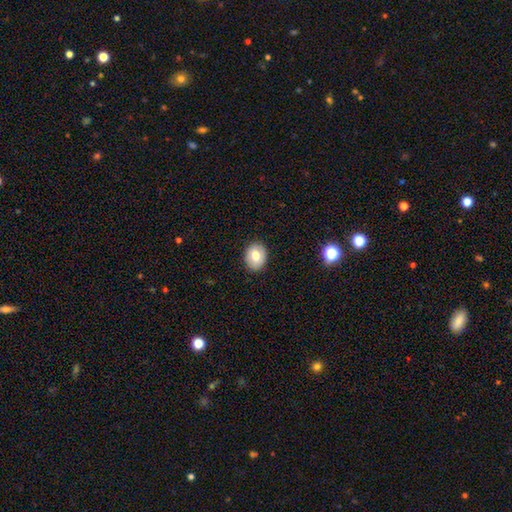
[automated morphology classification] Smooth or featured?
  - smooth: 73% *
  - featured or disk: 19%
  - star or artifact: 8%
How rounded?
  - in between: 50% * (tied)
  - round: 50% * (tied)
  - cigar-shaped: 1%
Merging?
  - none: 88% *
  - minor disturbance: 9%
  - major disturbance: 2%
  - merger: 1%